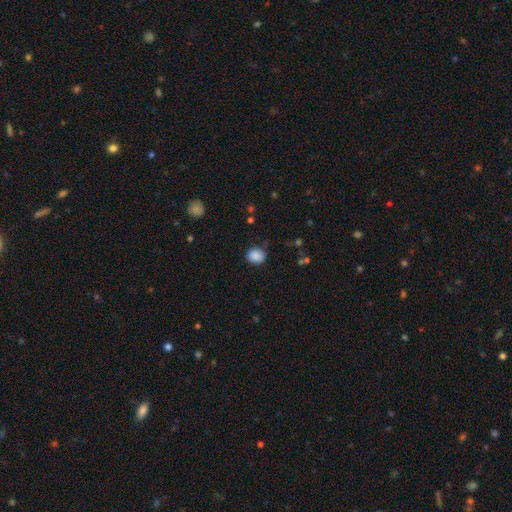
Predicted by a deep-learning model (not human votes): This appears to be a smooth galaxy with no disk features (88%) that is round (64%). Merging: none (85%).